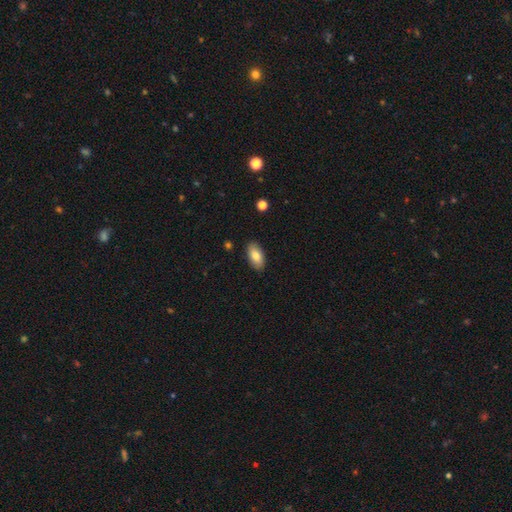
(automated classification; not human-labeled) smooth 79%, featured or disk 14%, star or artifact 7%. Down the decision tree: how rounded — in between (92%); merging — none (88%).